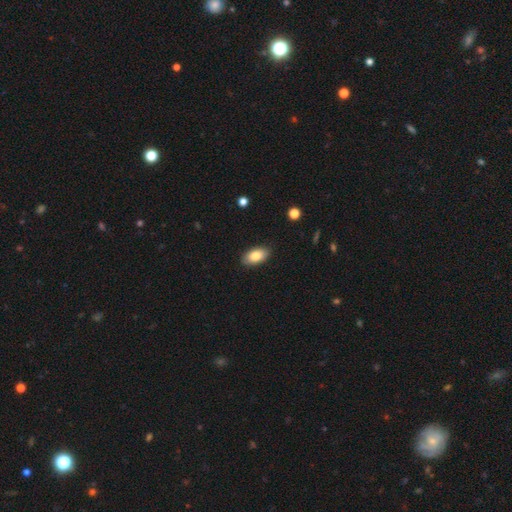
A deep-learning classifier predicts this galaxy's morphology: This appears to be a smooth galaxy with no disk features (84%) that is in between round and cigar-shaped (94%). Merging: none (87%).